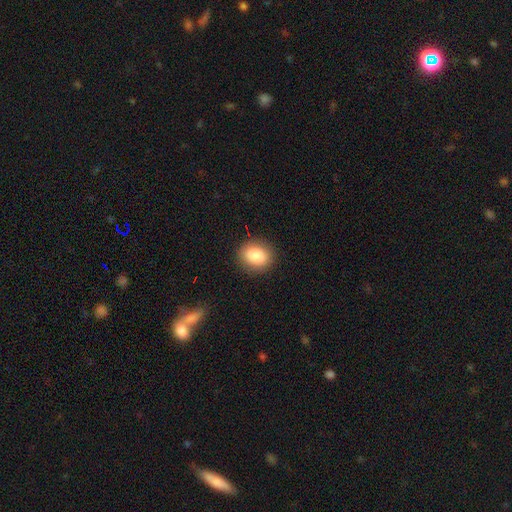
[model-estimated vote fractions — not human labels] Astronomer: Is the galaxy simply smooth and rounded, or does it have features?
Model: smooth — 87%.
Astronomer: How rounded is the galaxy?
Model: round — 50% (runner-up: in between, 49%).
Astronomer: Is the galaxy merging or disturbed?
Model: none — 88%.